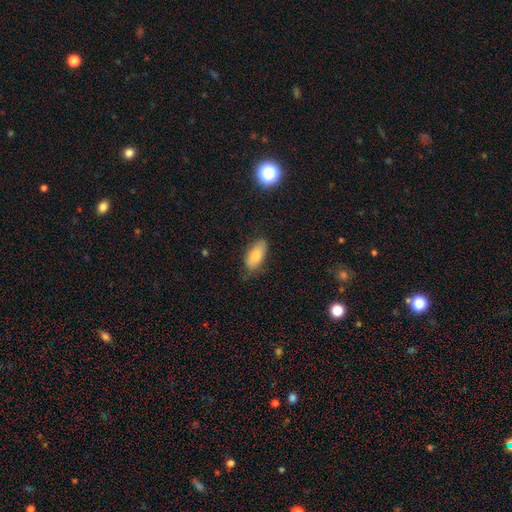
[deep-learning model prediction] smooth-or-featured: smooth: 83% | featured or disk: 10% | star or artifact: 7%
  how-rounded: in between: 88% | cigar-shaped: 9% | round: 2%
  merging: none: 70% | minor disturbance: 23% | major disturbance: 5% | merger: 2%